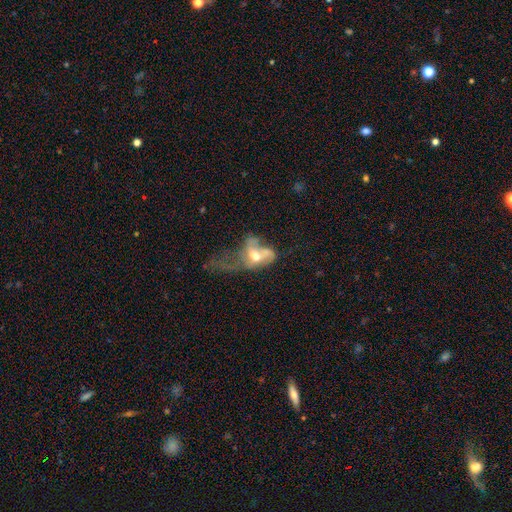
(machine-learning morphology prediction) smooth-or-featured: featured or disk: 55% | smooth: 36% | star or artifact: 9%
  disk-edge-on: no: 94% | yes: 6%
    bar: no: 72% | weak: 22% | strong: 6%
    has-spiral-arms: no: 61% | yes: 39%
    bulge-size: moderate: 64% | large: 17% | small: 14% | none: 4% | dominant: 2%
  merging: major disturbance: 57% | merger: 21% | none: 11% | minor disturbance: 11%